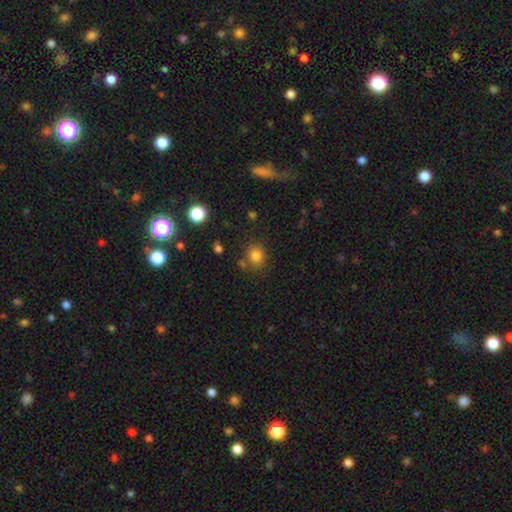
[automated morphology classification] This is clearly a smooth galaxy (81%). How rounded: likely round (79%). Merging: likely none (75%).